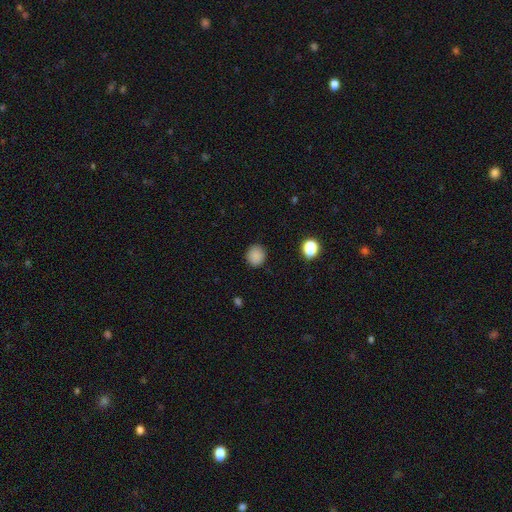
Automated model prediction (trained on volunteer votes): Morphology: type=smooth (86%); roundness=round (87%); merging=none (89%).